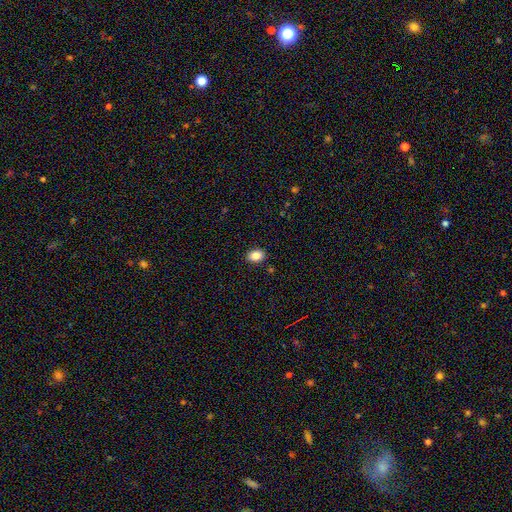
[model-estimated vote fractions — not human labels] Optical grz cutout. It shows a smooth galaxy with no disk features (86%) that is in between round and cigar-shaped (76%). Merging: none (89%).